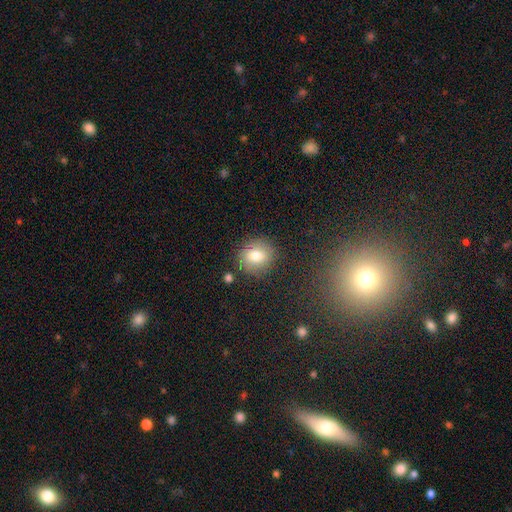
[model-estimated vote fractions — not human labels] The model was most divided on "how rounded": round: 76%, in between: 23%, cigar-shaped: 1%. More confident: merging — none (83%); smooth or featured — smooth (77%).